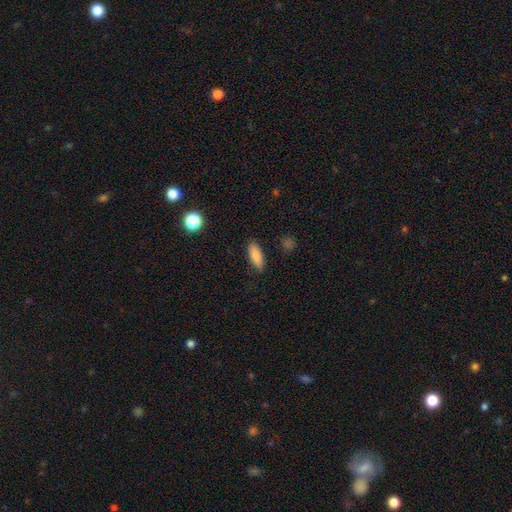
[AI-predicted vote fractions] This is clearly a smooth galaxy (84%). How rounded: likely in between (66%). Merging: clearly none (86%).